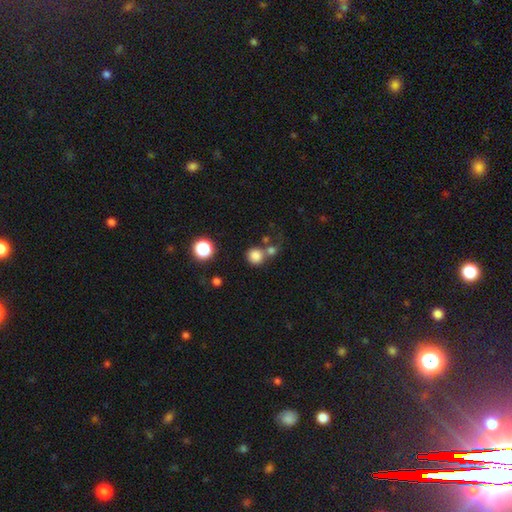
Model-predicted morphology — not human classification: A smooth galaxy with no disk features (81%) that is round (91%). Merging: none (61%).